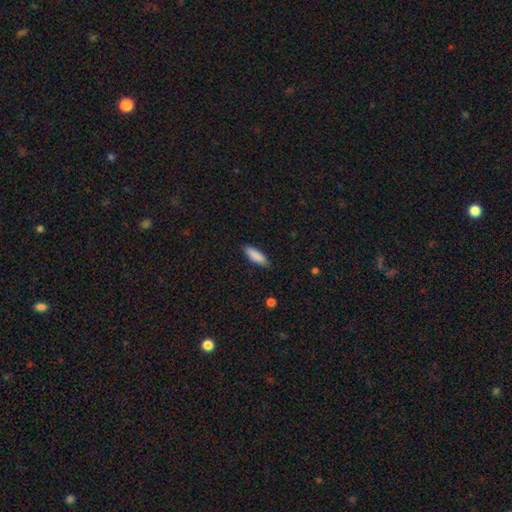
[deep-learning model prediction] Q: Smooth or featured?
A: smooth (87%); runner-up: featured or disk (6%)
Q: How rounded?
A: cigar-shaped (55%); runner-up: in between (43%)
Q: Merging?
A: none (87%); runner-up: minor disturbance (10%)